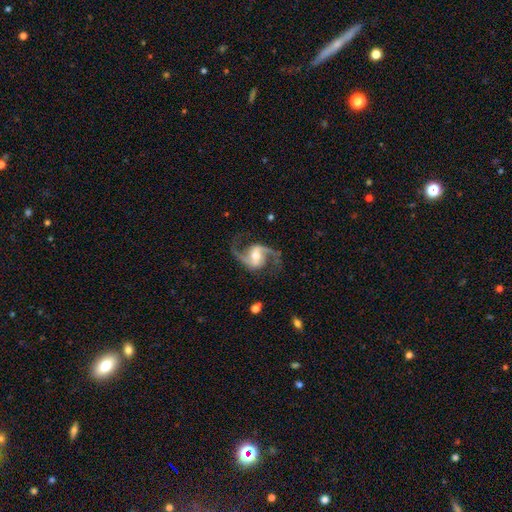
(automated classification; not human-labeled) Q: Smooth or featured?
A: featured or disk (92%); runner-up: star or artifact (4%)
Q: Edge-on disk?
A: no (98%); runner-up: yes (2%)
Q: Bar?
A: weak (44%); runner-up: no (32%)
Q: Spiral arms?
A: yes (98%); runner-up: no (2%)
Q: Spiral winding?
A: loose (49%); runner-up: medium (44%)
Q: Spiral arm count?
A: 2 (94%); runner-up: 1 (1%)
Q: Bulge size?
A: moderate (61%); runner-up: small (25%)
Q: Merging?
A: none (80%); runner-up: minor disturbance (12%)